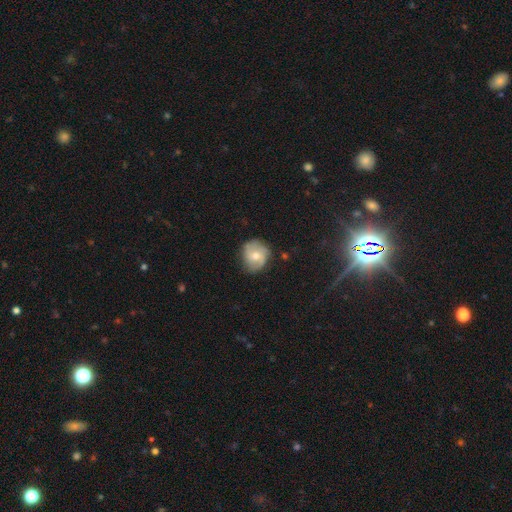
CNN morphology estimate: featured or disk 52%, smooth 40%, star or artifact 8%. Down the decision tree: edge-on disk — no (97%); bar — no (66%); spiral arms — yes (81%); bulge size — moderate (64%); merging — none (70%).